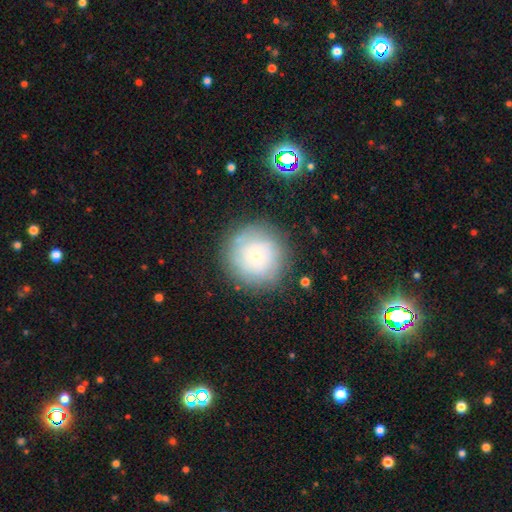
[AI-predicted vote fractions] smooth-or-featured: smooth: 55% | featured or disk: 34% | star or artifact: 11%
  how-rounded: round: 94% | in between: 5% | cigar-shaped: 1%
  merging: none: 82% | minor disturbance: 11% | major disturbance: 4% | merger: 2%